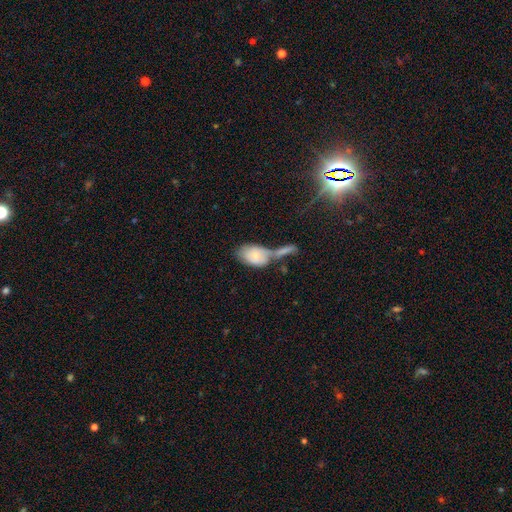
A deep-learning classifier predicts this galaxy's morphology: smooth_or_featured: smooth (p=0.71) [alt: featured or disk p=0.23]
how_rounded: in between (p=0.90) [alt: round p=0.08]
merging: merger (p=0.50) [alt: none p=0.25]